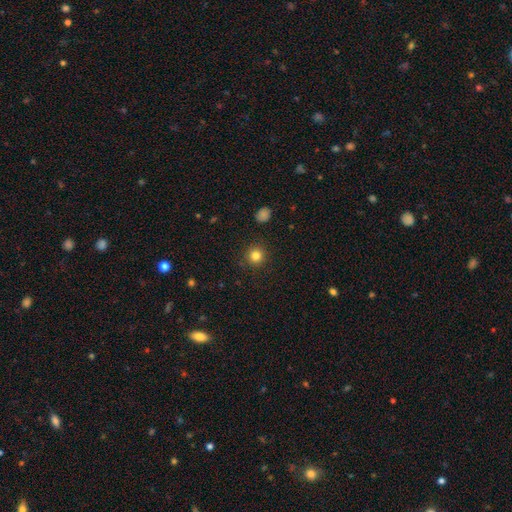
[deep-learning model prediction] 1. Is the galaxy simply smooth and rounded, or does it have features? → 82% smooth, 13% star or artifact, 5% featured or disk.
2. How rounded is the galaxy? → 94% round, 5% in between, 1% cigar-shaped.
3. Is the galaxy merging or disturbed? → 91% none, 6% minor disturbance, 2% major disturbance, 1% merger.